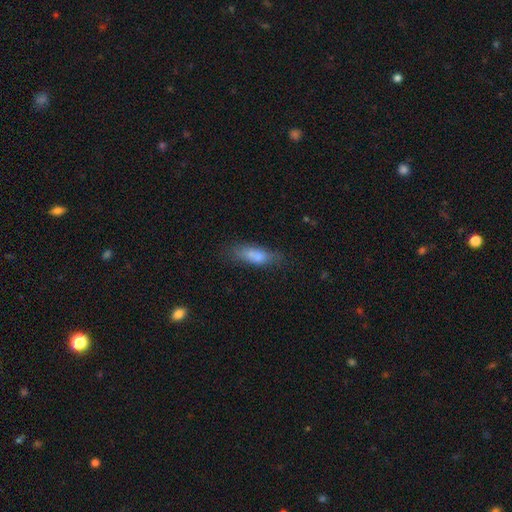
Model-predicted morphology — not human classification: Q: Smooth or featured?
A: smooth (74%); runner-up: featured or disk (17%)
Q: How rounded?
A: in between (71%); runner-up: cigar-shaped (25%)
Q: Merging?
A: none (58%); runner-up: minor disturbance (24%)